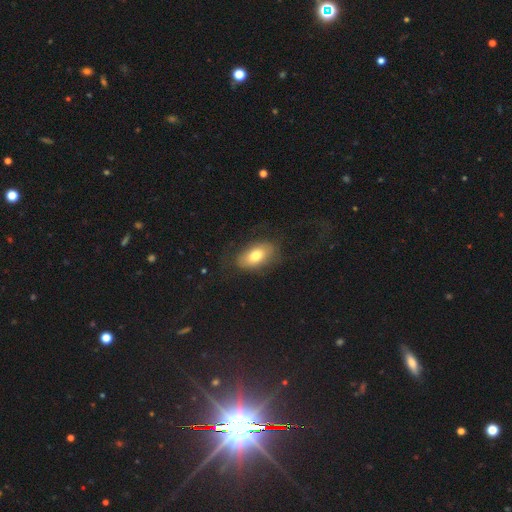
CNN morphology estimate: A smooth galaxy with no disk features (72%) that is in between round and cigar-shaped (91%). Merging: none (71%).